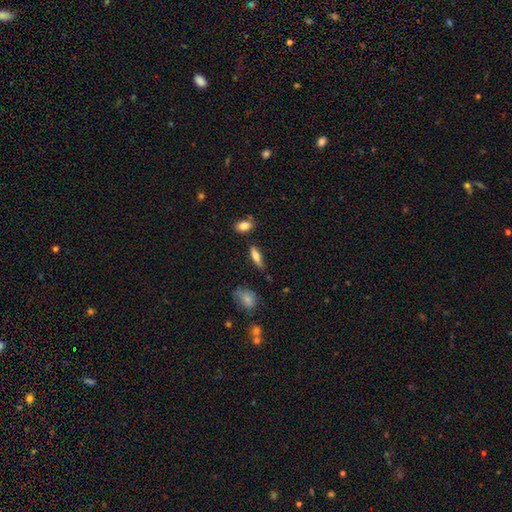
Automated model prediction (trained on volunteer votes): Smooth or featured?
  - smooth: 63% *
  - featured or disk: 28%
  - star or artifact: 8%
How rounded?
  - in between: 49% *
  - cigar-shaped: 47%
  - round: 4%
Merging?
  - none: 73% *
  - minor disturbance: 17%
  - major disturbance: 5%
  - merger: 5%